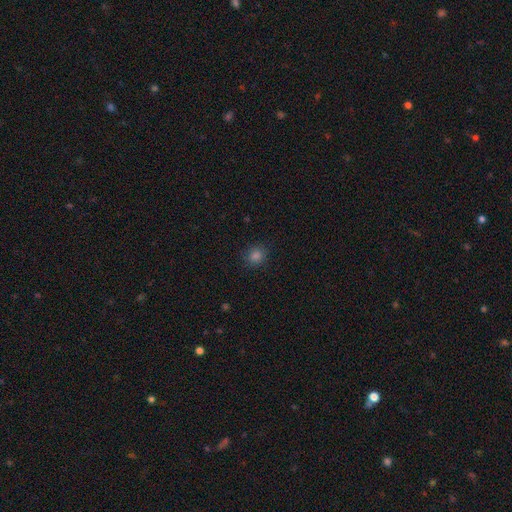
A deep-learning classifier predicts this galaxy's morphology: This is likely a smooth galaxy (79%). How rounded: clearly round (85%). Merging: clearly none (89%).